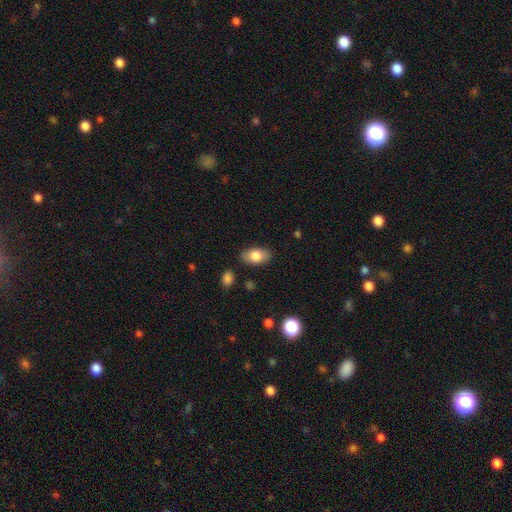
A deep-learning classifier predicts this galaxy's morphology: Smooth or featured?
  - smooth: 80% *
  - featured or disk: 13%
  - star or artifact: 7%
How rounded?
  - in between: 92% *
  - round: 6%
  - cigar-shaped: 2%
Merging?
  - none: 84% *
  - minor disturbance: 11%
  - major disturbance: 3%
  - merger: 2%